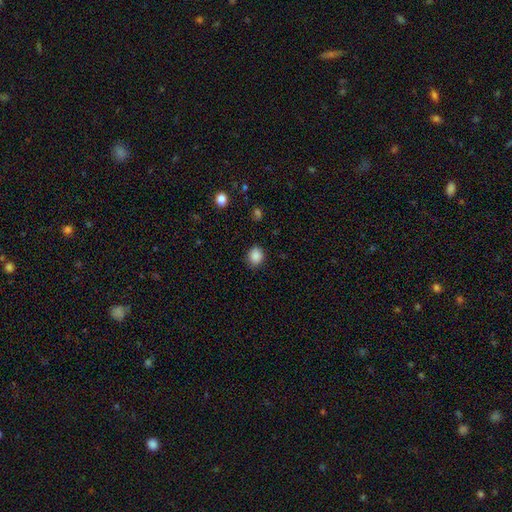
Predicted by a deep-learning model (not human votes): The model was most divided on "how rounded": round: 71%, in between: 28%, cigar-shaped: 1%. More confident: smooth or featured — smooth (87%); merging — none (86%).